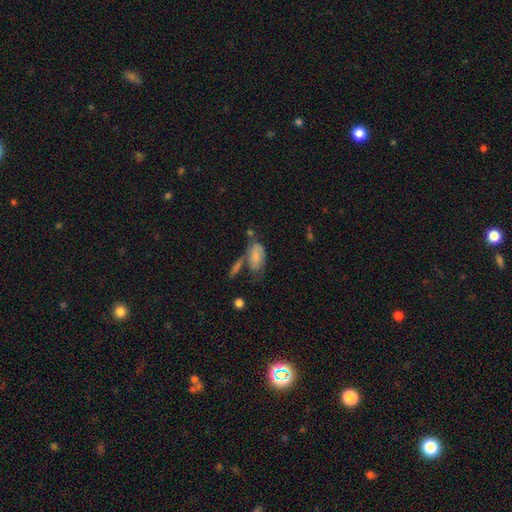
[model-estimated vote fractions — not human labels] Smooth or featured? Predicted: smooth (p=0.70). How rounded? Predicted: in between (p=0.90). Merging? Predicted: none (p=0.35).